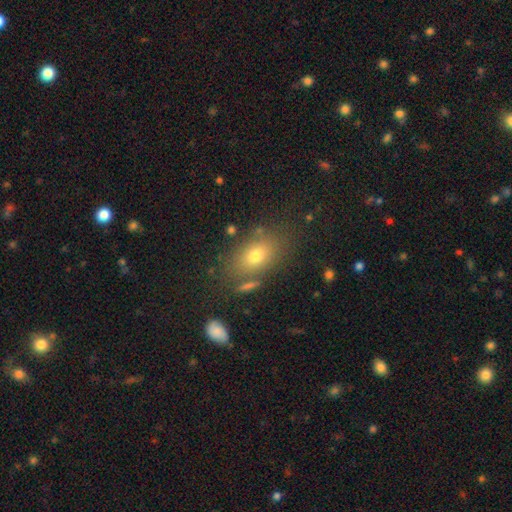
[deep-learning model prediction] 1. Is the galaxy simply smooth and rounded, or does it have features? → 72% smooth, 16% featured or disk, 12% star or artifact.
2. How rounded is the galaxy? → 81% in between, 16% round, 3% cigar-shaped.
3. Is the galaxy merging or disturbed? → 75% none, 14% minor disturbance, 6% merger, 6% major disturbance.